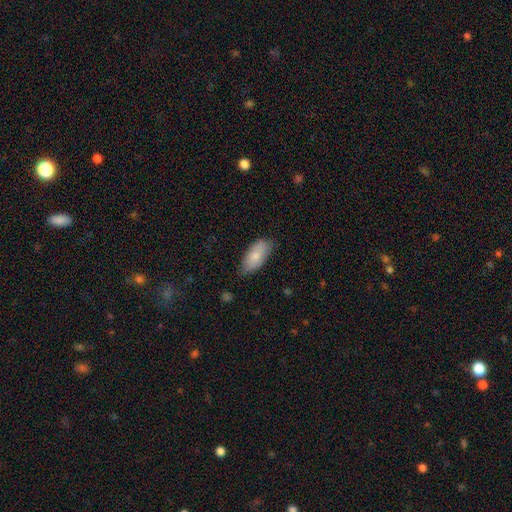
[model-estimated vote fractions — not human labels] A smooth galaxy with no disk features (79%) that is in between round and cigar-shaped (90%).

Vote fractions:
- Smooth or featured? smooth: 79% / featured or disk: 15% / star or artifact: 6%
- How rounded? in between: 90% / cigar-shaped: 7% / round: 2%
- Merging? none: 73% / minor disturbance: 22% / major disturbance: 3% / merger: 1%